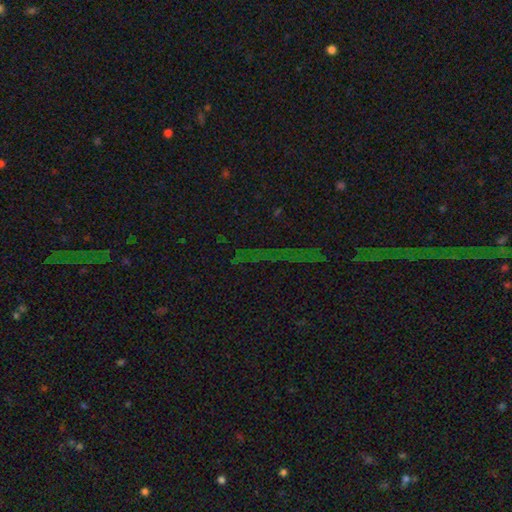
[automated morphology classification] Smooth or featured: star or artifact — 77% (featured or disk — 12%)